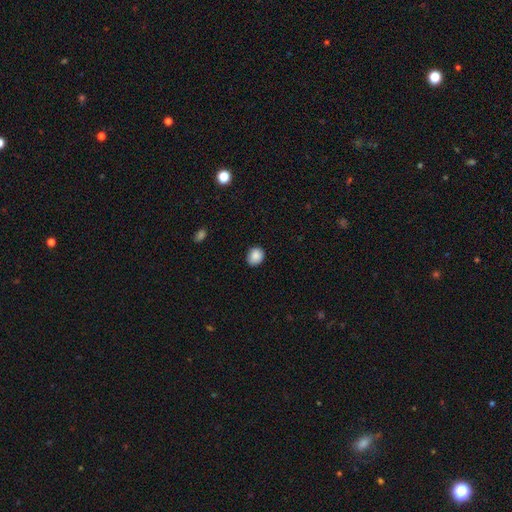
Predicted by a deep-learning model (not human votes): smooth 88%, star or artifact 8%, featured or disk 4%. Down the decision tree: how rounded — round (64%); merging — none (84%).